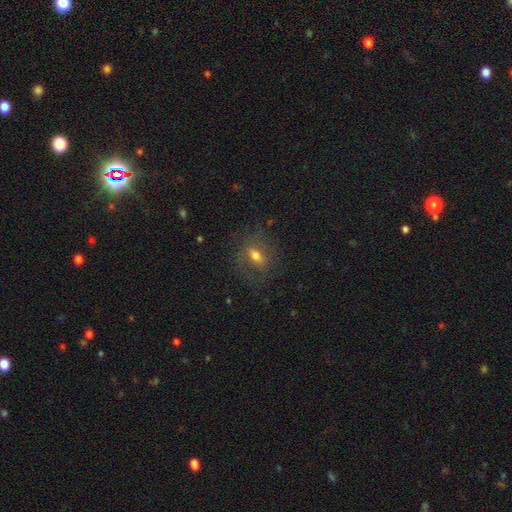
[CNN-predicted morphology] A smooth galaxy with no disk features (53%) that is in between round and cigar-shaped (66%). Merging: none (70%).